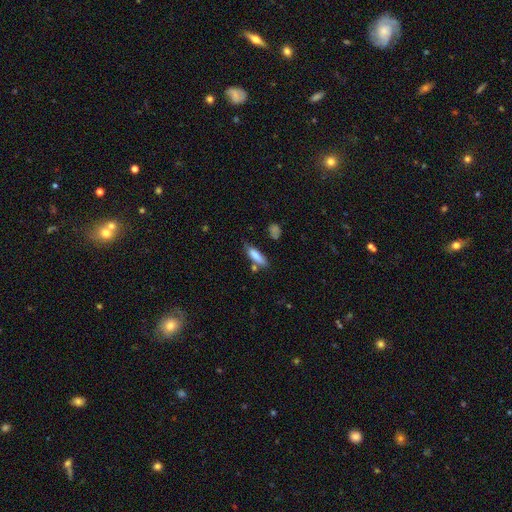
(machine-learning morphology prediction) This appears to be a smooth galaxy with no disk features (82%) that is cigar-shaped (59%). Merging: none (66%).